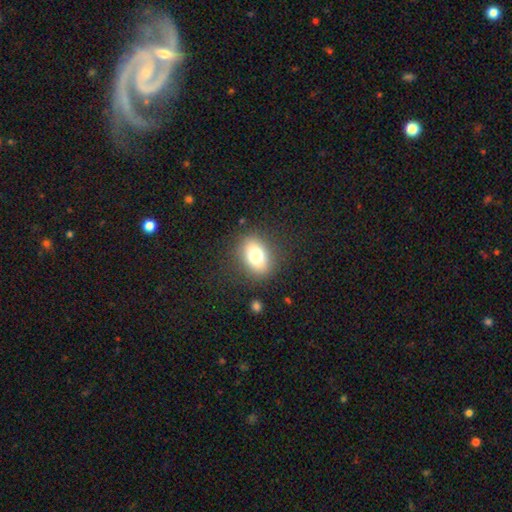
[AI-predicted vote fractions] smooth_or_featured: smooth (p=0.74) [alt: featured or disk p=0.16]
how_rounded: in between (p=0.69) [alt: round p=0.29]
merging: none (p=0.84) [alt: minor disturbance p=0.10]